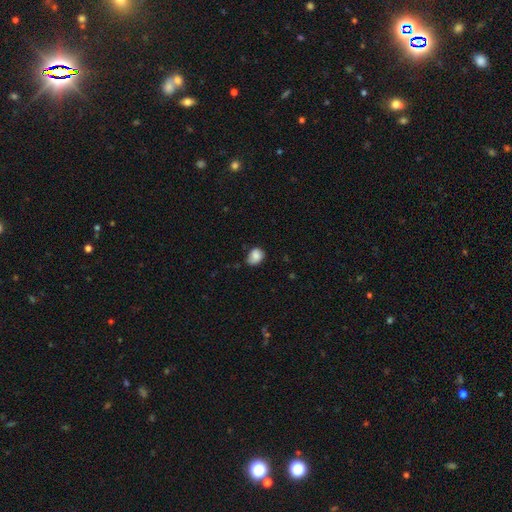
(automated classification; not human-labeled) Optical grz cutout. It shows a smooth galaxy with no disk features (82%) that is in between round and cigar-shaped (54%). Merging: none (55%).